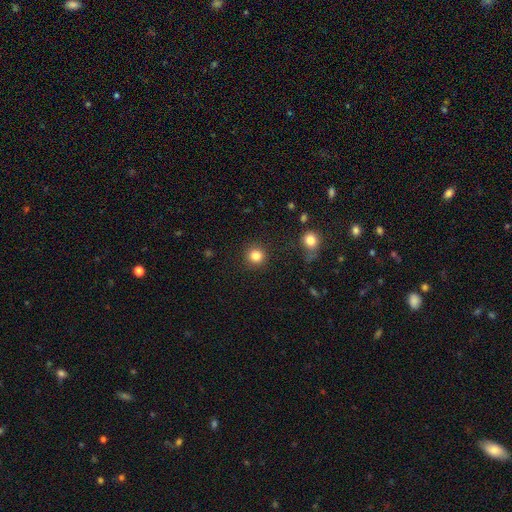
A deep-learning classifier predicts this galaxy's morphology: Smooth or featured: smooth — 84% (star or artifact — 11%)
How rounded: round — 93% (in between — 6%)
Merging: none — 89% (minor disturbance — 6%)